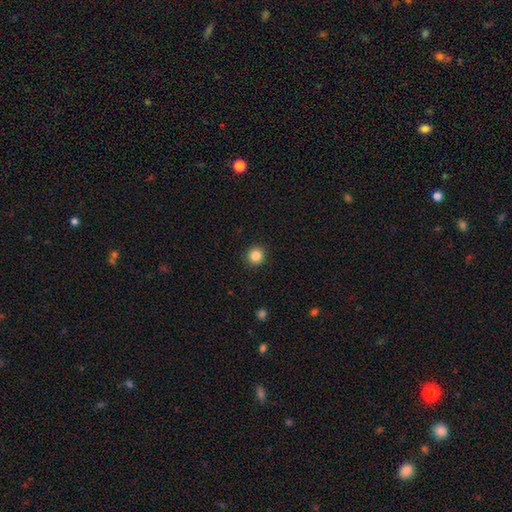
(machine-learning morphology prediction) The model was most divided on "smooth or featured": smooth: 85%, star or artifact: 11%, featured or disk: 4%. More confident: how rounded — round (94%); merging — none (92%).